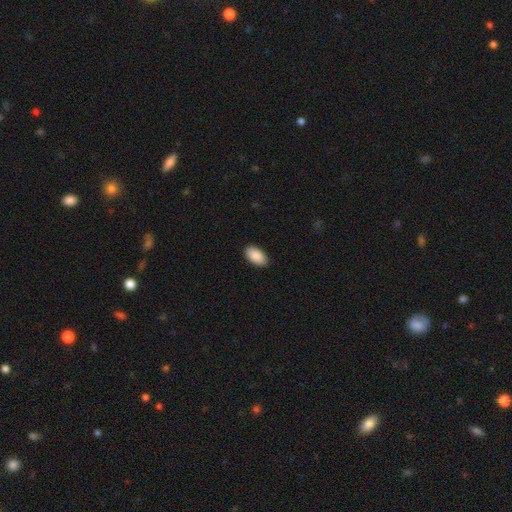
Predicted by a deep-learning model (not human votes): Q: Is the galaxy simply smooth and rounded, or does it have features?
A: smooth — 91%.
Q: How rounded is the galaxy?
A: in between — 96%.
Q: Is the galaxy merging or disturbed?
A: none — 89%.